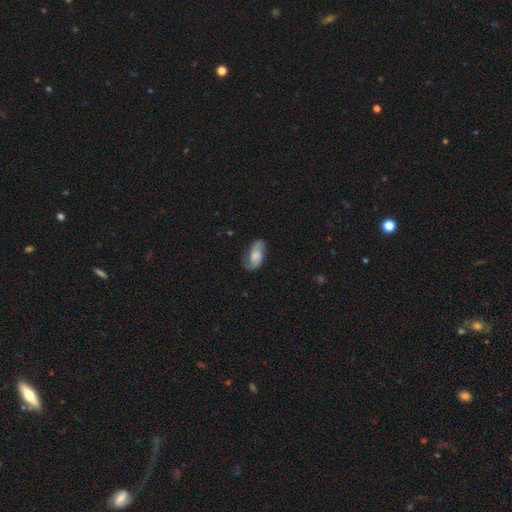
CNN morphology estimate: Overall: featured or disk (53%; smooth 39%). Edge-on disk: no (93%). Merging: none (71%).